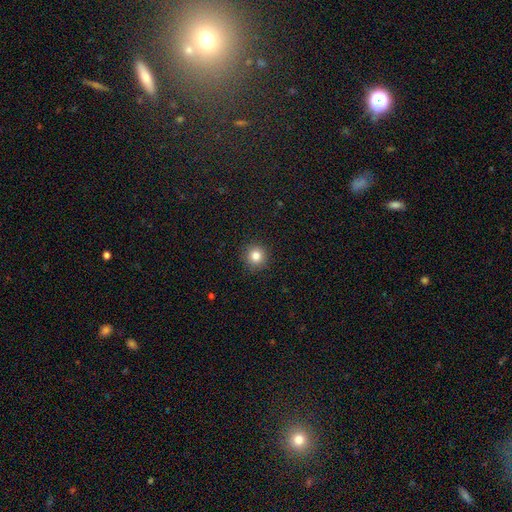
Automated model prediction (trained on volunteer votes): Smooth or featured? Predicted: smooth (p=0.83). How rounded? Predicted: round (p=0.94). Merging? Predicted: none (p=0.92).